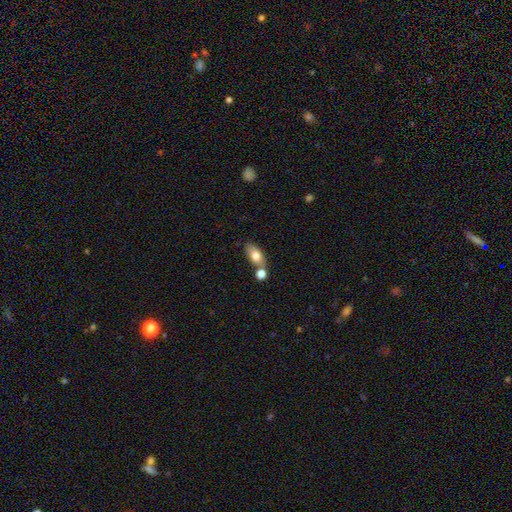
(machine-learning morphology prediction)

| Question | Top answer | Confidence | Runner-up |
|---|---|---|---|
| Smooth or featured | smooth | 76% | featured or disk (16%) |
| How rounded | in between | 86% | cigar-shaped (7%) |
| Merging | none | 56% | merger (27%) |